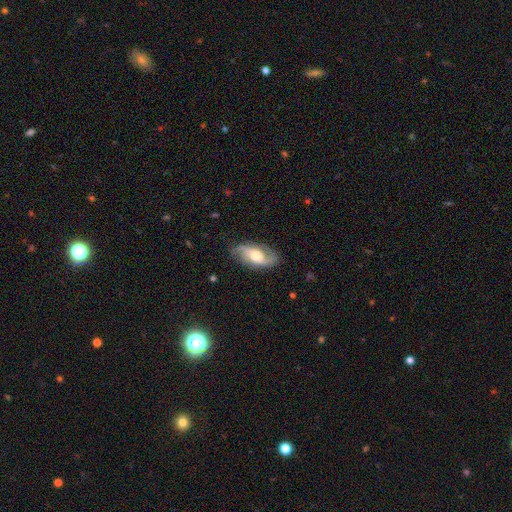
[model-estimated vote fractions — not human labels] This appears to be a featured or disk galaxy (78%) with no bar (60%), 2 (84%) medium (43%) spiral arms (95%) and a moderate central bulge (56%). Merging: none (75%).